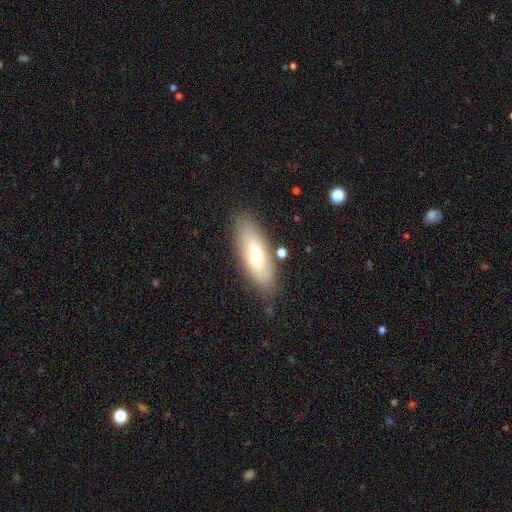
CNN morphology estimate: type=smooth (63%); roundness=in between (70%); merging=none (80%).